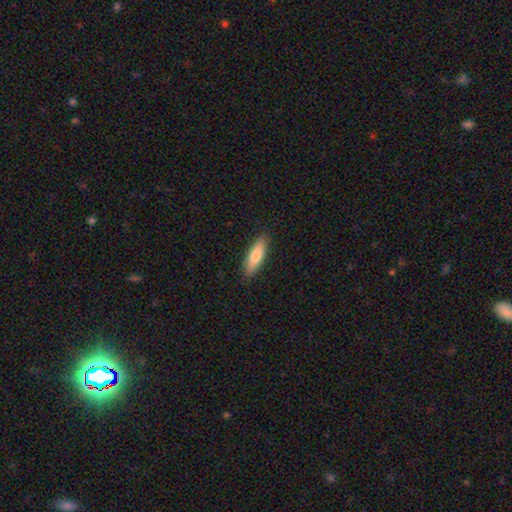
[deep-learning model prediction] A smooth galaxy with no disk features (74%) that is cigar-shaped (56%).

Vote fractions:
- Smooth or featured? smooth: 74% / featured or disk: 21% / star or artifact: 5%
- How rounded? cigar-shaped: 56% / in between: 42% / round: 2%
- Merging? none: 88% / minor disturbance: 9% / major disturbance: 2% / merger: 1%